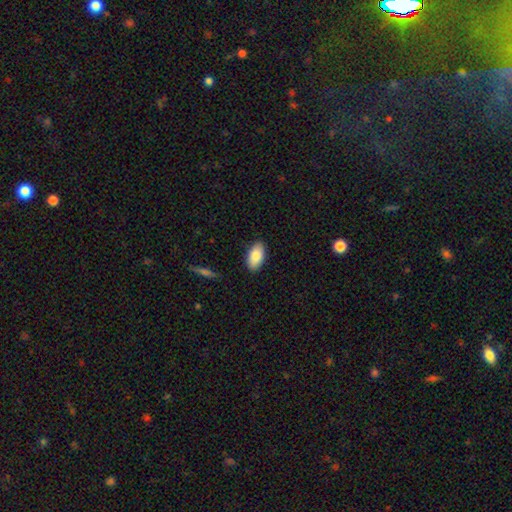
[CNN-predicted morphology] smooth_or_featured: smooth (p=0.84) [alt: featured or disk p=0.10]
how_rounded: in between (p=0.94) [alt: round p=0.03]
merging: none (p=0.87) [alt: minor disturbance p=0.09]